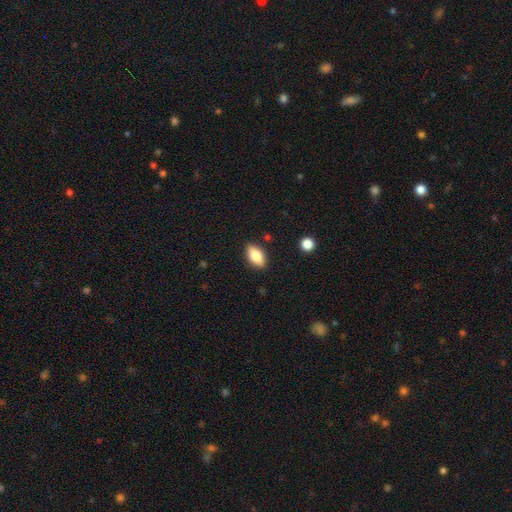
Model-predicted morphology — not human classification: smooth-or-featured: smooth: 78% | featured or disk: 14% | star or artifact: 7%
  how-rounded: in between: 88% | cigar-shaped: 8% | round: 4%
  merging: none: 87% | minor disturbance: 10% | major disturbance: 2% | merger: 2%